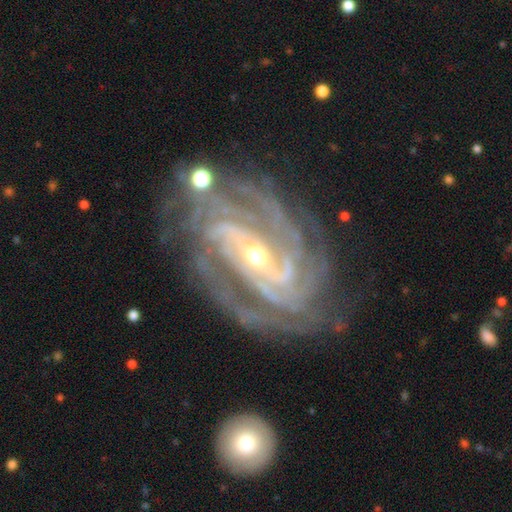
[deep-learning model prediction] Overall: featured or disk (93%). Edge-on disk: no (97%). Bar: strong (50%; weak 33%). Spiral arms: yes (99%). Spiral arm count: 4 (32%; 3 24%). Spiral winding: tight (71%). Bulge size: small (57%; moderate 40%). Merging: none (76%).